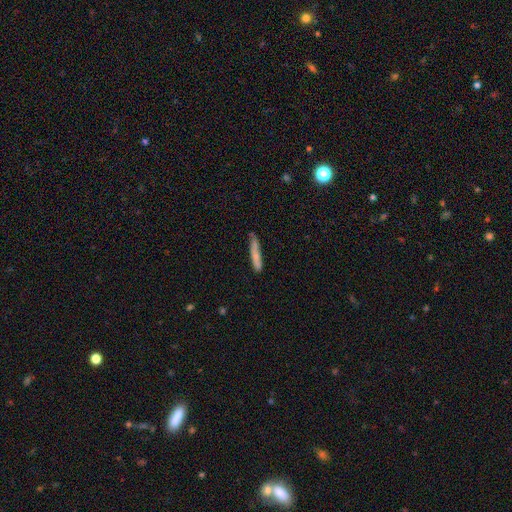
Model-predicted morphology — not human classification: The model was most divided on "merging": none: 67%, minor disturbance: 24%, major disturbance: 5%, merger: 4%. More confident: how rounded — cigar-shaped (92%); smooth or featured — smooth (73%).